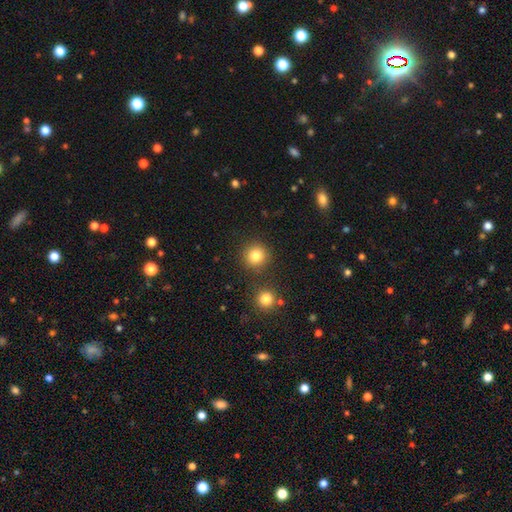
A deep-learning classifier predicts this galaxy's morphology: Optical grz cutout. It shows a smooth galaxy with no disk features (83%) that is round (93%). Merging: none (86%).